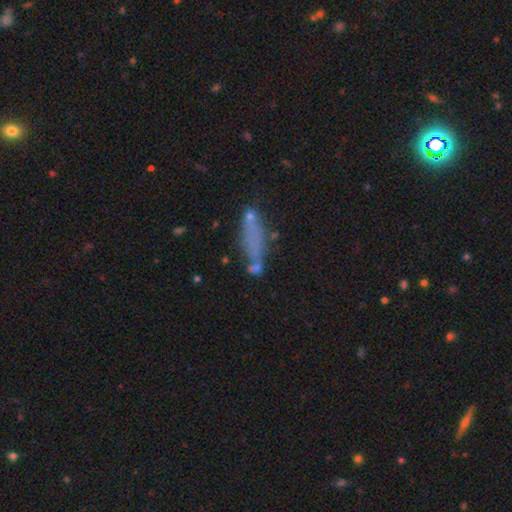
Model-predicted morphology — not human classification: type=smooth (58%); roundness=cigar-shaped (59%); merging=none (49%).